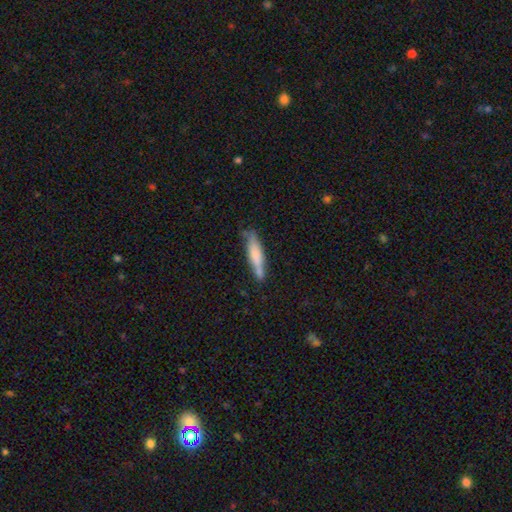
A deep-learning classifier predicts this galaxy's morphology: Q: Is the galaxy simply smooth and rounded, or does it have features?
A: smooth — 67%.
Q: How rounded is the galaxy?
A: cigar-shaped — 80%.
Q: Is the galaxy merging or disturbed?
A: none — 64%.